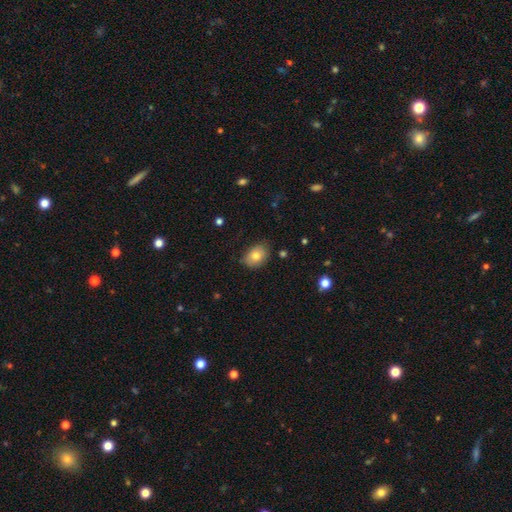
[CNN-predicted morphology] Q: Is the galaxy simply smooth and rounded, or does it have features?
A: smooth — 79%.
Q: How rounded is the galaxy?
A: in between — 73%.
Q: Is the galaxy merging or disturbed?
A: none — 76%.